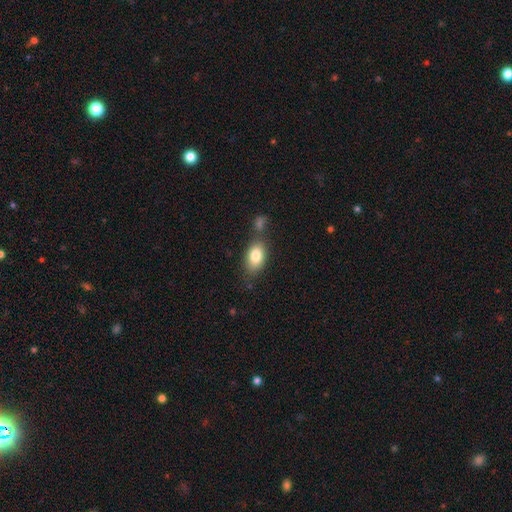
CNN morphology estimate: Smooth or featured? smooth (81%)
How rounded? in between (88%)
Merging? none (64%)